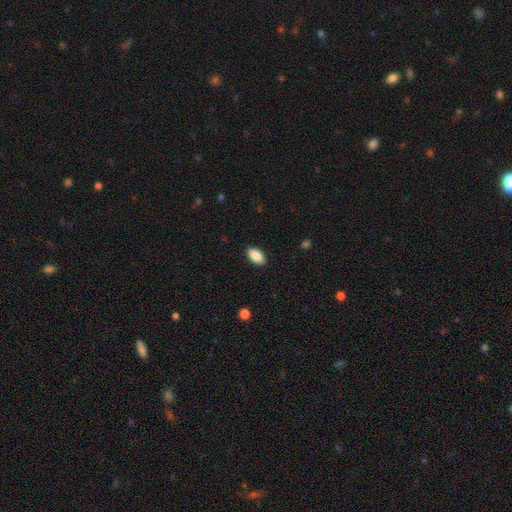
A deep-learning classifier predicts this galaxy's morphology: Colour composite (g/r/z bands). It shows a smooth galaxy with no disk features (89%) that is in between round and cigar-shaped (94%). Merging: none (89%).